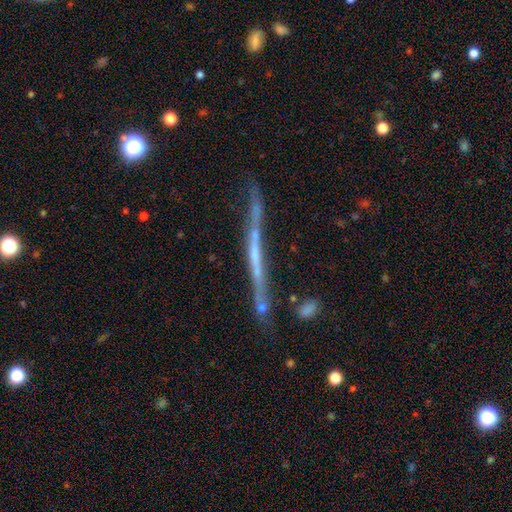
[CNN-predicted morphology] type=featured or disk (70%); edge-on=yes (94%); edge-on bulge=none (80%); merging=none (72%).